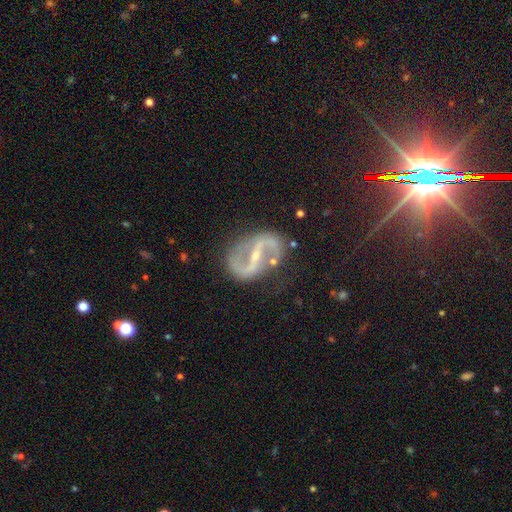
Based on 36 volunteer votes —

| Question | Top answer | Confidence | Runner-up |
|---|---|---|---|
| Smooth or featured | featured or disk | 94% | smooth (3%) |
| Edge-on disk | no | 94% | yes (6%) |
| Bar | strong | 91% | no (9%) |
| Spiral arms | yes | 100% | — |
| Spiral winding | medium | 47% | loose (41%) |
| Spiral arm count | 2 | 94% | 1 (6%) |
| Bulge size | small | 69% | moderate (28%) |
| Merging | none | 80% | minor disturbance (11%) |